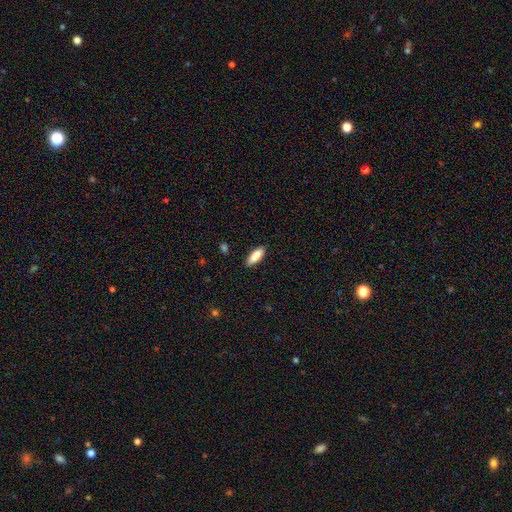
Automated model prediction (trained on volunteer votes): Smooth or featured? Predicted: smooth (p=0.88). How rounded? Predicted: in between (p=0.67). Merging? Predicted: none (p=0.87).